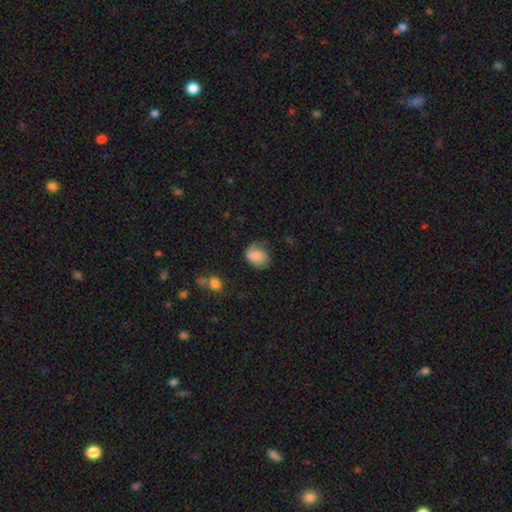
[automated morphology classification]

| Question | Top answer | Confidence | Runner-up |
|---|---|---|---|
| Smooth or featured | smooth | 66% | featured or disk (25%) |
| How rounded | in between | 55% | round (44%) |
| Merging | none | 41% | minor disturbance (30%) |